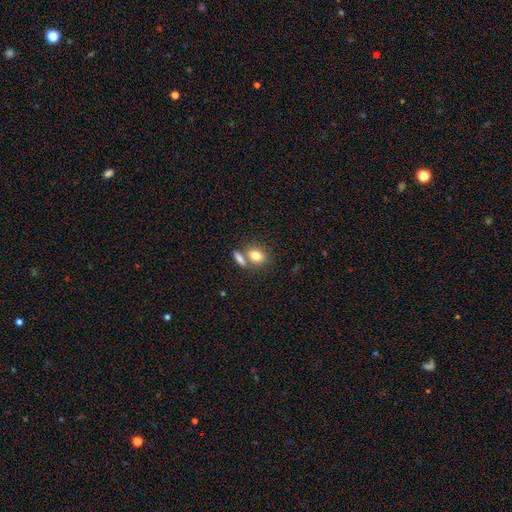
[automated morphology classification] smooth-or-featured: smooth: 79% | featured or disk: 12% | star or artifact: 8%
  how-rounded: in between: 63% | round: 33% | cigar-shaped: 4%
  merging: none: 52% | merger: 34% | minor disturbance: 10% | major disturbance: 4%